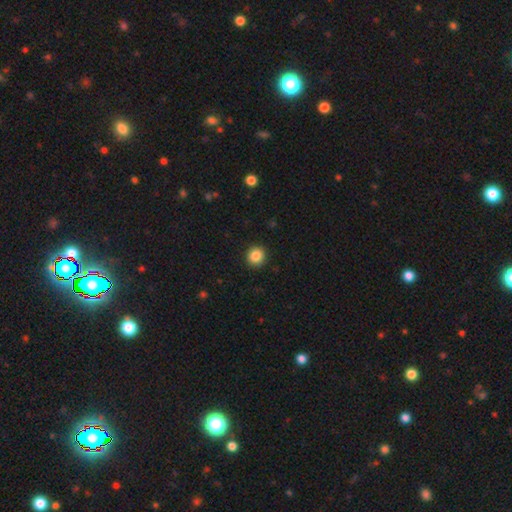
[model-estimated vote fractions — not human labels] Smooth or featured?
  - smooth: 86% *
  - star or artifact: 10%
  - featured or disk: 4%
How rounded?
  - round: 90% *
  - in between: 9%
  - cigar-shaped: 1%
Merging?
  - none: 91% *
  - minor disturbance: 6%
  - major disturbance: 2%
  - merger: 1%